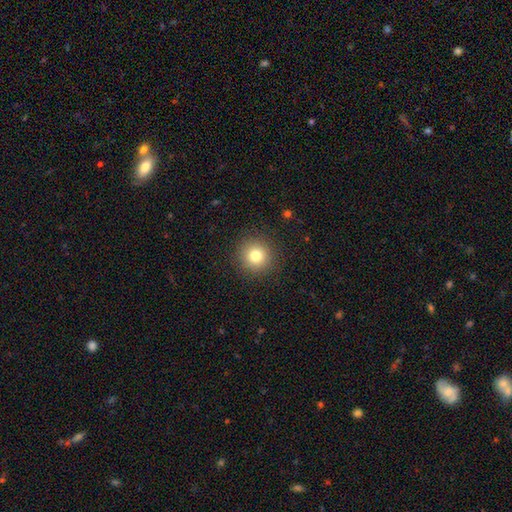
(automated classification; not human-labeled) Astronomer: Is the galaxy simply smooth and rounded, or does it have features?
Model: smooth — 80%.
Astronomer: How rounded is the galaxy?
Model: round — 94%.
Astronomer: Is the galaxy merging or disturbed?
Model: none — 91%.